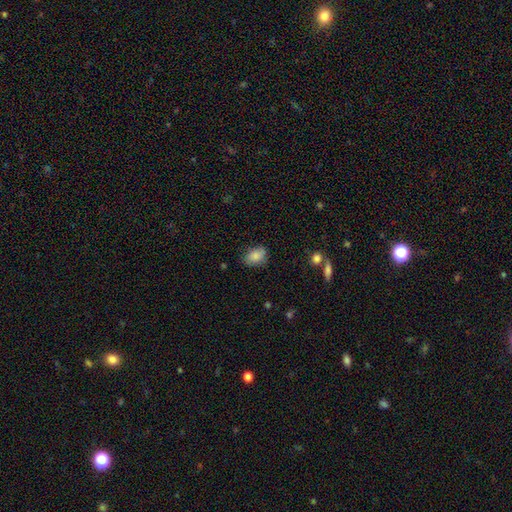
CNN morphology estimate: Smooth or featured: smooth — 84% (featured or disk — 8%)
How rounded: in between — 81% (round — 17%)
Merging: none — 72% (minor disturbance — 22%)